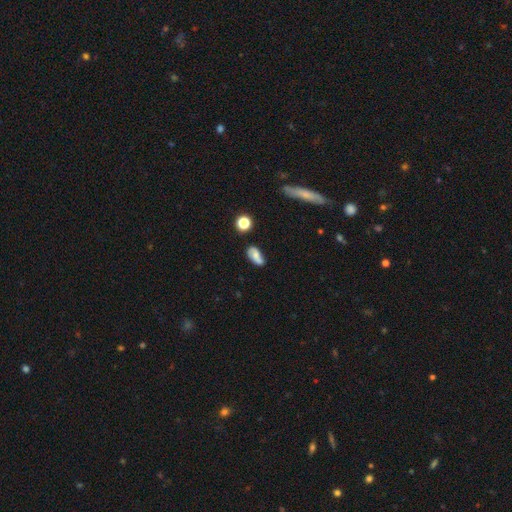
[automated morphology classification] Smooth or featured?
  - smooth: 55% *
  - featured or disk: 35%
  - star or artifact: 11%
How rounded?
  - in between: 85% *
  - round: 8%
  - cigar-shaped: 7%
Merging?
  - none: 65% *
  - minor disturbance: 23%
  - major disturbance: 6%
  - merger: 5%